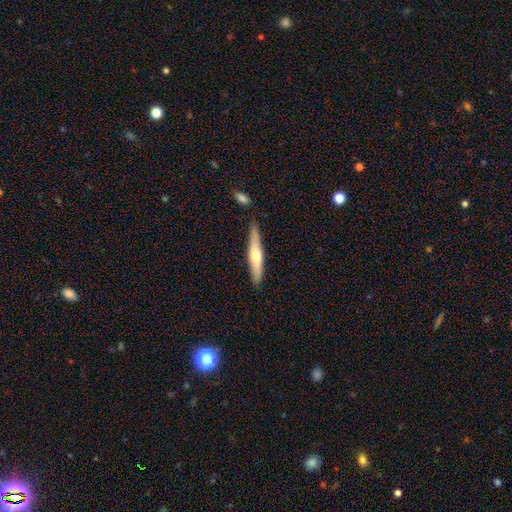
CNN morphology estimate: Q: Smooth or featured?
A: smooth (48%); runner-up: featured or disk (47%)
Q: Merging?
A: none (84%); runner-up: minor disturbance (11%)